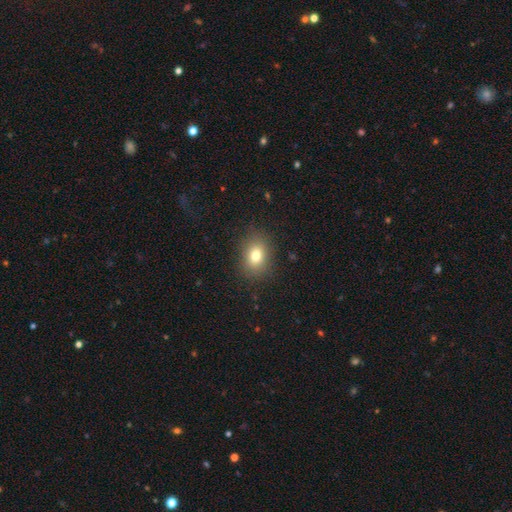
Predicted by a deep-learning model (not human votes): Morphology: type=smooth (78%); roundness=in between (59%); merging=none (86%).